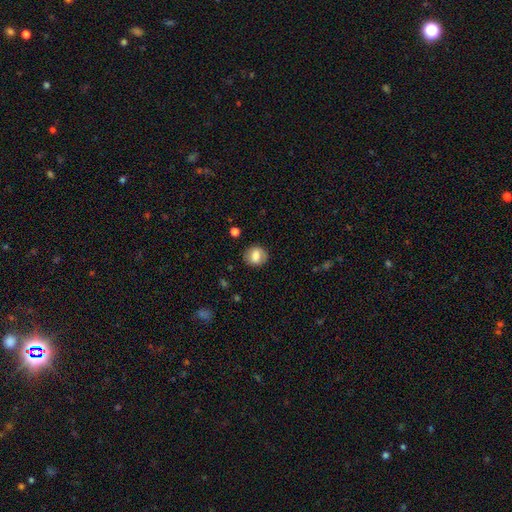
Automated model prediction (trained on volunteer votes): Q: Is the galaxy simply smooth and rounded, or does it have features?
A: smooth — 77%.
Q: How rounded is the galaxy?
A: round — 71%.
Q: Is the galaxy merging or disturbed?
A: none — 85%.